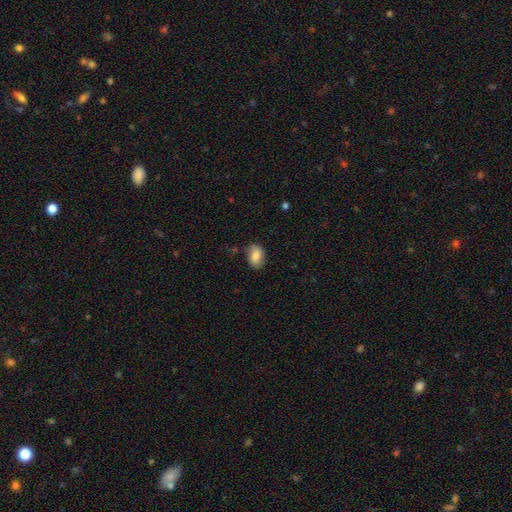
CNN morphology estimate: This is clearly a smooth galaxy (83%). How rounded: clearly in between (85%). Merging: clearly none (81%).